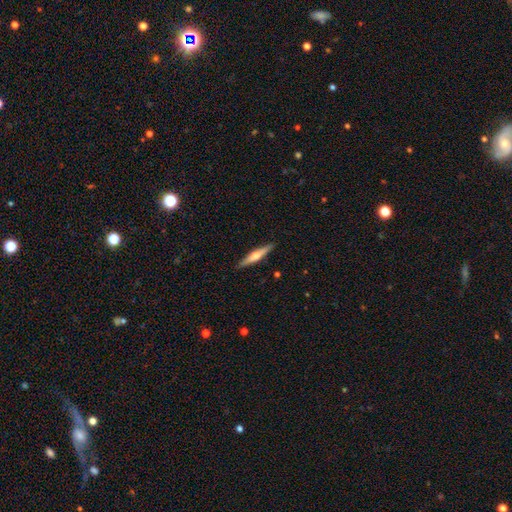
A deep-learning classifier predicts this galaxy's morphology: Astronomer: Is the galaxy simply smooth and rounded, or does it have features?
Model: featured or disk — 55% (runner-up: smooth, 40%).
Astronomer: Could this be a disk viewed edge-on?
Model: yes — 97%.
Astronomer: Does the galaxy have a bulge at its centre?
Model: rounded — 84%.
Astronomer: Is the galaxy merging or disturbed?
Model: none — 90%.